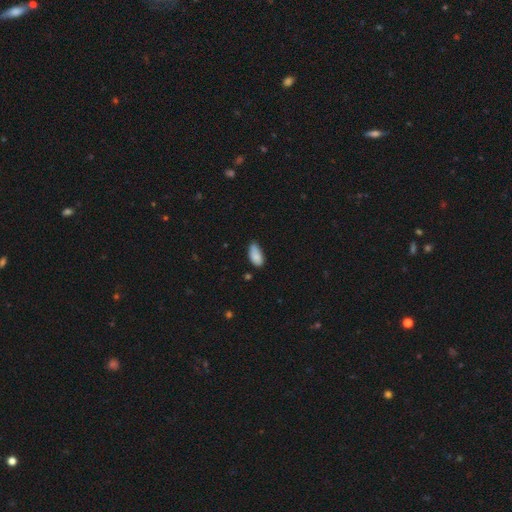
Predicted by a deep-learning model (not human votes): This appears to be a smooth galaxy with no disk features (86%) that is in between round and cigar-shaped (91%). Merging: none (60%).